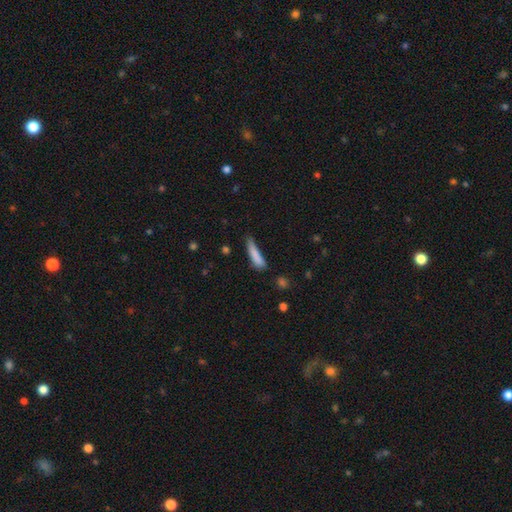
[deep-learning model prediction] Q: Smooth or featured?
A: smooth (83%); runner-up: featured or disk (10%)
Q: How rounded?
A: cigar-shaped (80%); runner-up: in between (19%)
Q: Merging?
A: none (54%); runner-up: minor disturbance (33%)